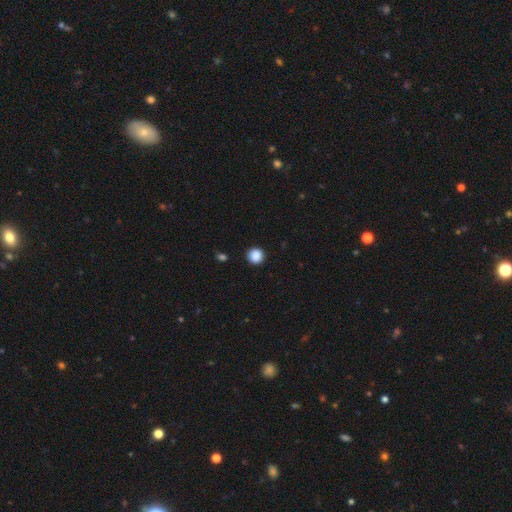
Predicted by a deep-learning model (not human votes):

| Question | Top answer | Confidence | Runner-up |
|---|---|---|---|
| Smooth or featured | smooth | 88% | star or artifact (10%) |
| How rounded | round | 94% | in between (5%) |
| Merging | none | 92% | minor disturbance (5%) |